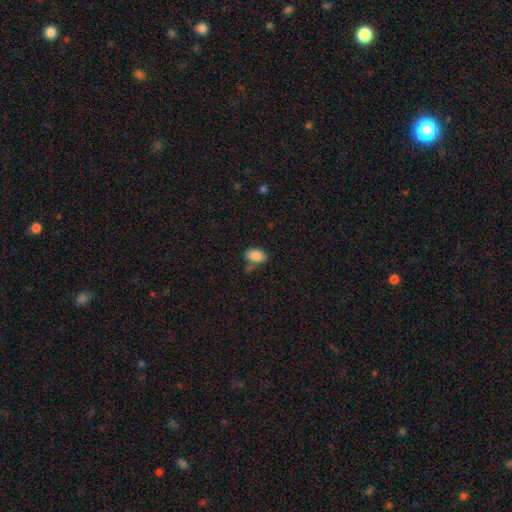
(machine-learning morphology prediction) Smooth or featured? Predicted: smooth (p=0.86). How rounded? Predicted: in between (p=0.91). Merging? Predicted: none (p=0.65).